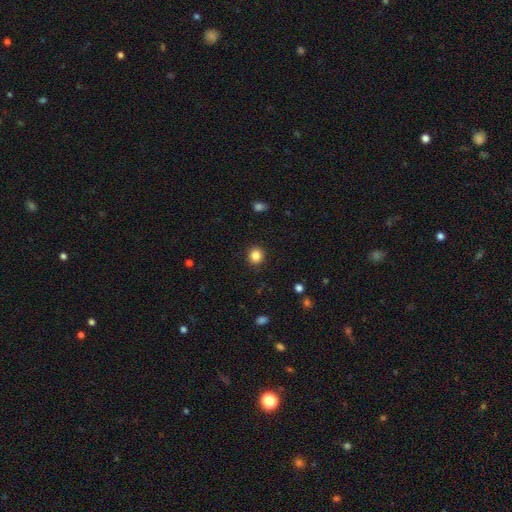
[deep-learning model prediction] A smooth galaxy with no disk features (85%) that is round (85%).

Vote fractions:
- Smooth or featured? smooth: 85% / star or artifact: 11% / featured or disk: 4%
- How rounded? round: 85% / in between: 14% / cigar-shaped: 1%
- Merging? none: 91% / minor disturbance: 6% / major disturbance: 2% / merger: 1%